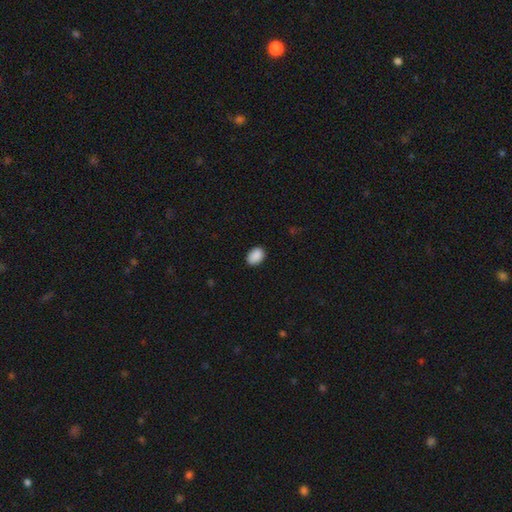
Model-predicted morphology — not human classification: Smooth or featured? smooth (90%)
How rounded? in between (77%)
Merging? none (87%)